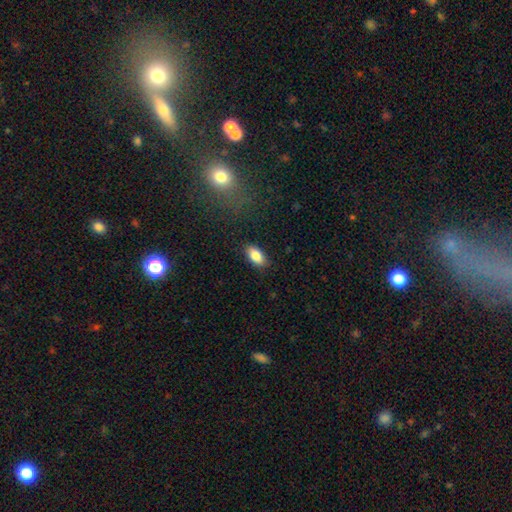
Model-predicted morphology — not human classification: smooth 84%, featured or disk 9%, star or artifact 7%. Down the decision tree: how rounded — in between (91%); merging — none (86%).